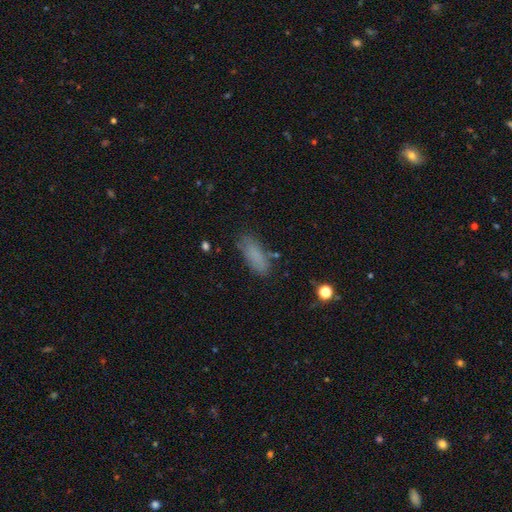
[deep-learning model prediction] Smooth or featured: smooth — 81% (star or artifact — 10%)
How rounded: in between — 71% (cigar-shaped — 26%)
Merging: none — 71% (minor disturbance — 19%)